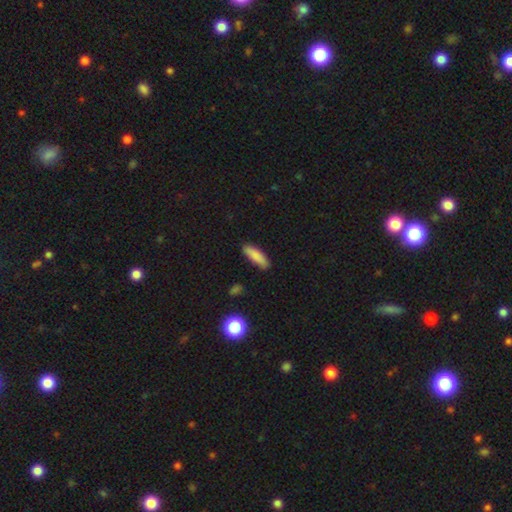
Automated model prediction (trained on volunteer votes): smooth_or_featured: smooth (p=0.85) [alt: featured or disk p=0.08]
how_rounded: cigar-shaped (p=0.55) [alt: in between p=0.43]
merging: none (p=0.86) [alt: minor disturbance p=0.11]